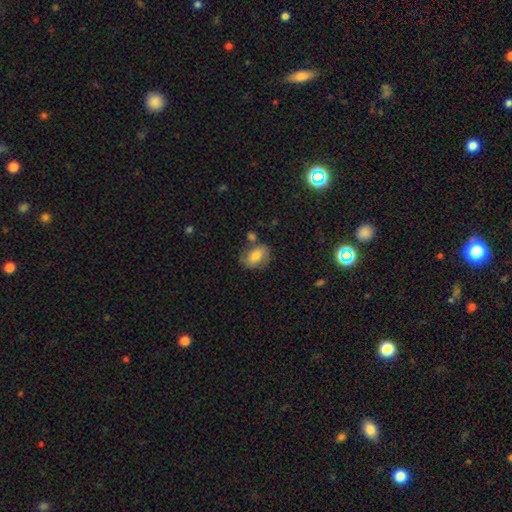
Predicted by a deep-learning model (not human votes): The model was most divided on "merging": none: 64%, minor disturbance: 20%, merger: 10%, major disturbance: 6%. More confident: how rounded — in between (75%); smooth or featured — smooth (68%).